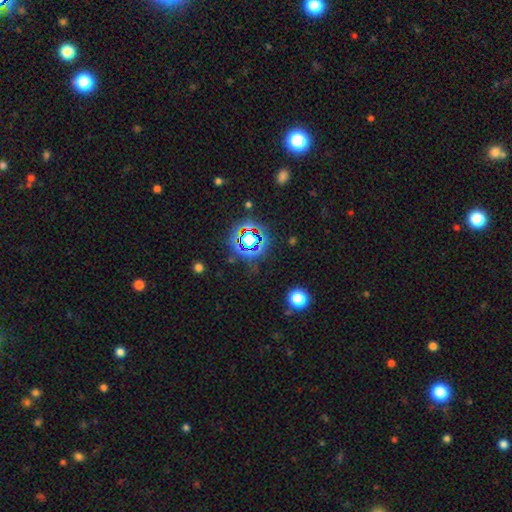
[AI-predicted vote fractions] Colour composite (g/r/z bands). It shows a star or artifact, not a galaxy (74%).